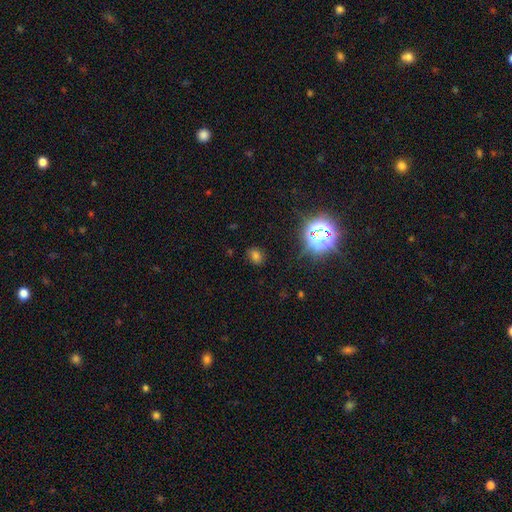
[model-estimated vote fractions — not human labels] smooth 64%, star or artifact 28%, featured or disk 8%. Down the decision tree: how rounded — in between (57%); merging — none (84%).